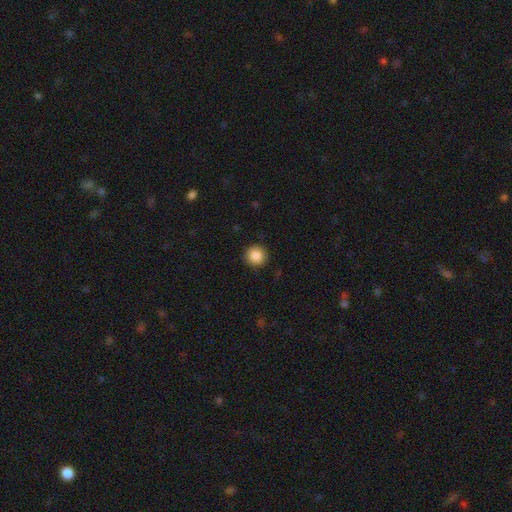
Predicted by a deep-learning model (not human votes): This is clearly a smooth galaxy (87%). How rounded: clearly round (95%). Merging: clearly none (92%).